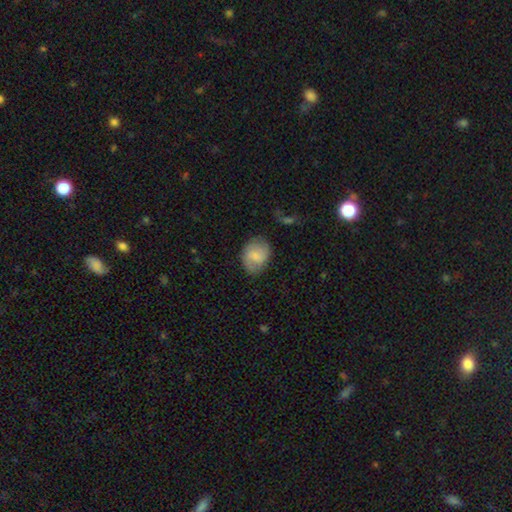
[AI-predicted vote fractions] Smooth or featured? smooth (58%)
How rounded? in between (56%)
Merging? none (76%)